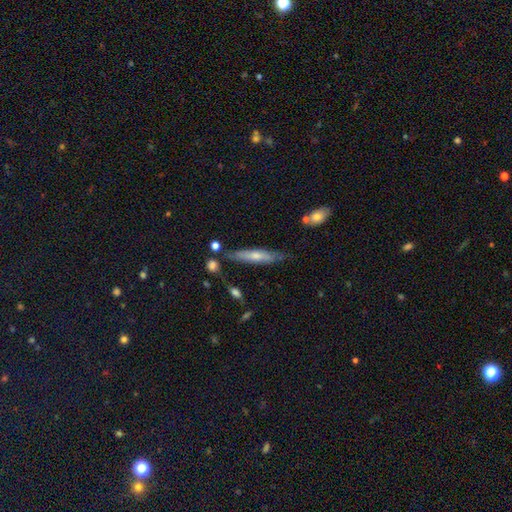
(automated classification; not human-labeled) Smooth or featured: smooth — 50% (featured or disk — 44%)
How rounded: cigar-shaped — 84% (in between — 14%)
Merging: none — 70% (minor disturbance — 20%)